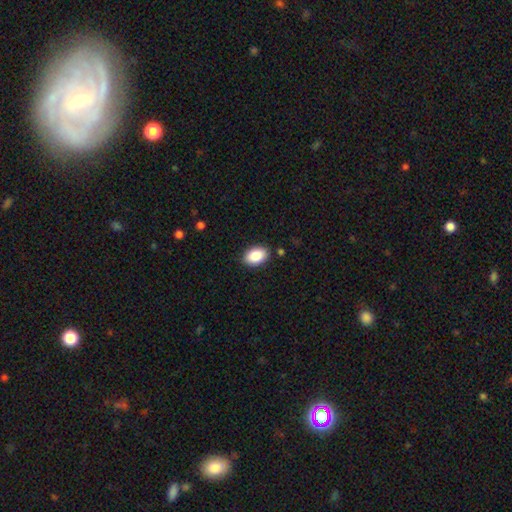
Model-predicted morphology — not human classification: A smooth galaxy with no disk features (87%) that is in between round and cigar-shaped (89%).

Vote fractions:
- Smooth or featured? smooth: 87% / star or artifact: 7% / featured or disk: 6%
- How rounded? in between: 89% / round: 10% / cigar-shaped: 1%
- Merging? none: 87% / minor disturbance: 9% / major disturbance: 2% / merger: 1%